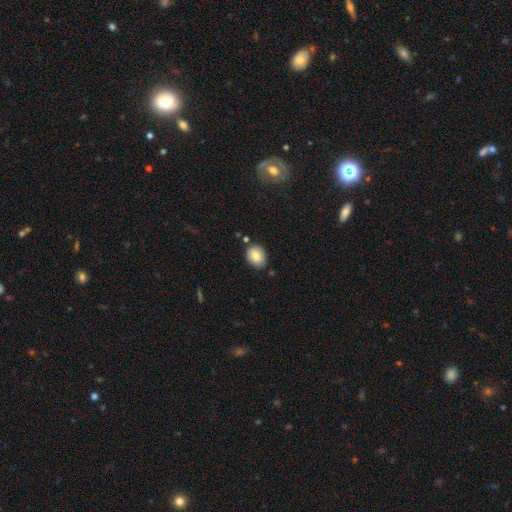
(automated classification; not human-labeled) smooth-or-featured: smooth: 79% | featured or disk: 12% | star or artifact: 9%
  how-rounded: in between: 55% | round: 44% | cigar-shaped: 1%
  merging: none: 79% | minor disturbance: 14% | merger: 4% | major disturbance: 2%